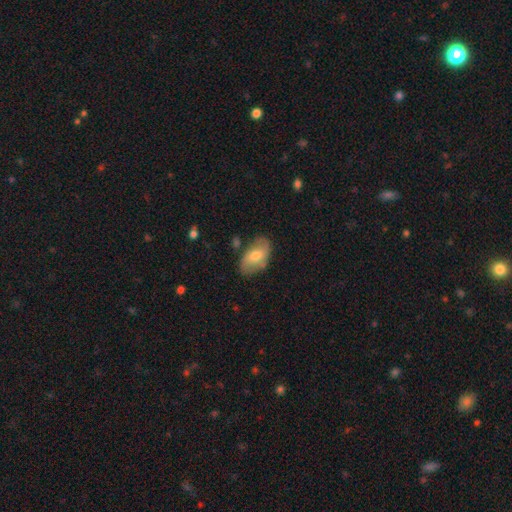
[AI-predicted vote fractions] Smooth or featured: smooth — 62% (featured or disk — 32%)
How rounded: in between — 92% (round — 6%)
Merging: none — 69% (minor disturbance — 22%)